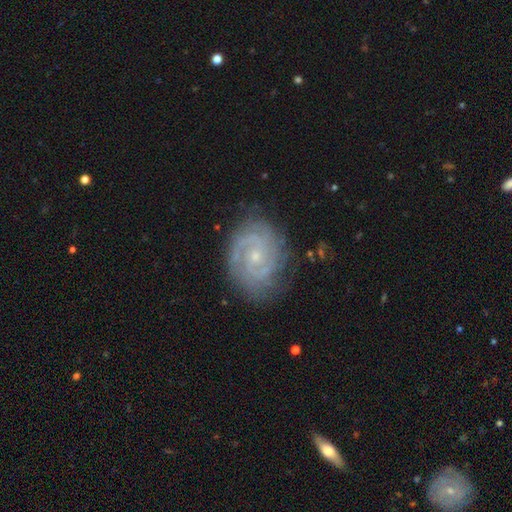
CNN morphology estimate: type=featured or disk (87%); edge-on=no (98%); bar=no (67%); spiral arms=yes (97%); winding=tight (67%); arm count=2 (53%); bulge=small (73%); merging=none (78%).